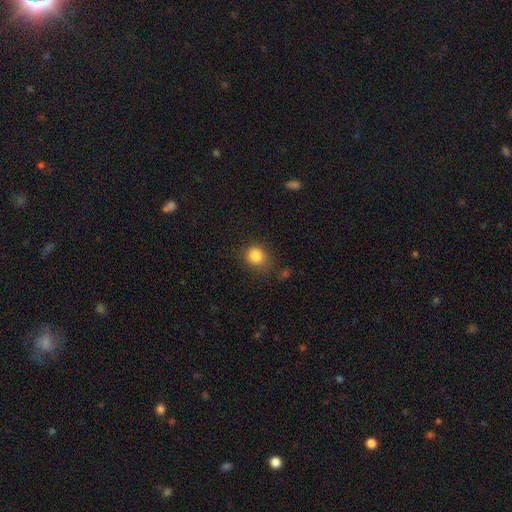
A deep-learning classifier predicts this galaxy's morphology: Q: Smooth or featured?
A: smooth (84%); runner-up: star or artifact (11%)
Q: How rounded?
A: round (76%); runner-up: in between (23%)
Q: Merging?
A: none (74%); runner-up: minor disturbance (17%)